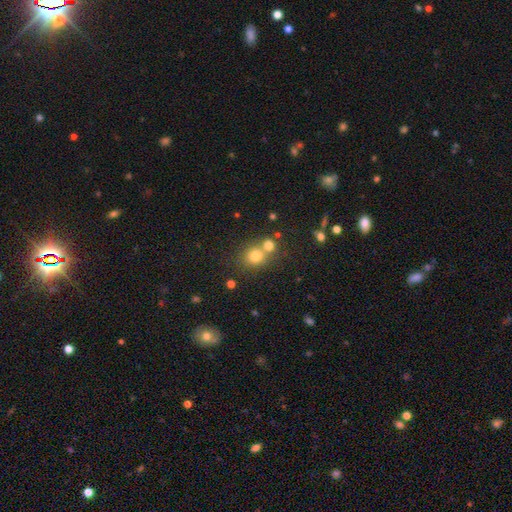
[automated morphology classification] smooth_or_featured: smooth (p=0.76) [alt: star or artifact p=0.15]
how_rounded: round (p=0.80) [alt: in between p=0.19]
merging: none (p=0.51) [alt: merger p=0.38]